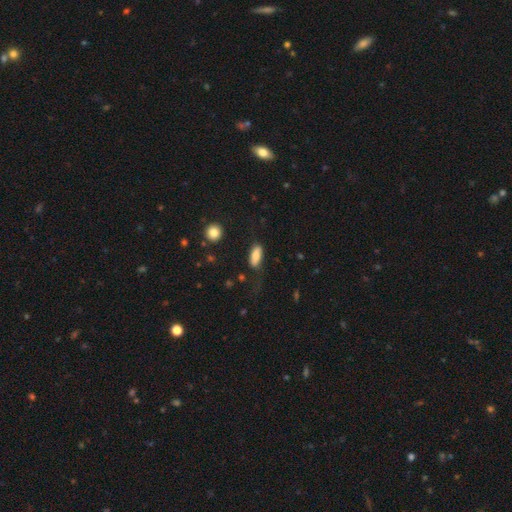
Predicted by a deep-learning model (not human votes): This is likely a smooth galaxy (77%). How rounded: likely in between (73%). Merging: likely none (63%).